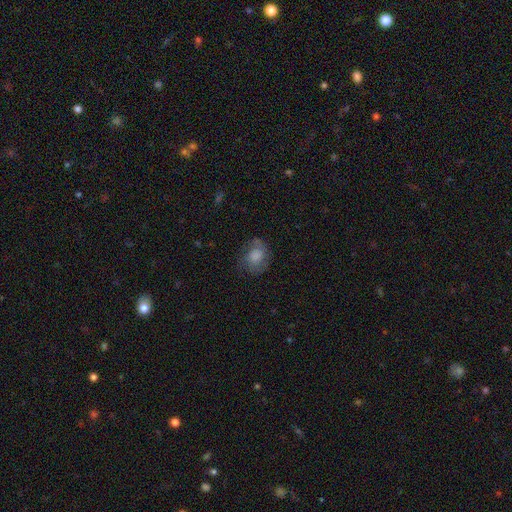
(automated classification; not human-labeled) smooth-or-featured: smooth: 60% | featured or disk: 31% | star or artifact: 9%
  how-rounded: round: 52% | in between: 47% | cigar-shaped: 1%
  merging: none: 61% | minor disturbance: 24% | major disturbance: 13% | merger: 2%